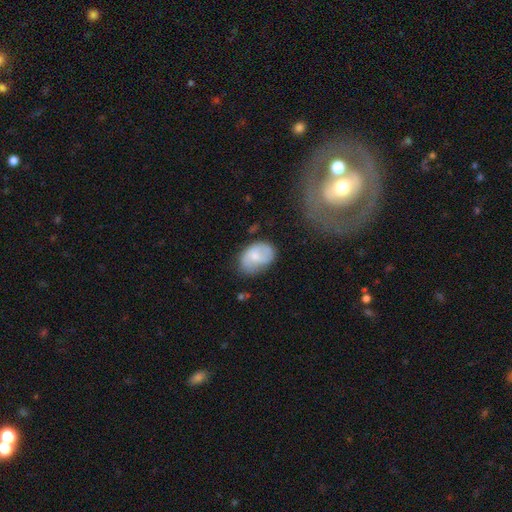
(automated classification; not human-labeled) Smooth or featured?
  - smooth: 62% *
  - featured or disk: 31%
  - star or artifact: 7%
How rounded?
  - in between: 81% *
  - round: 18%
  - cigar-shaped: 1%
Merging?
  - none: 54% *
  - minor disturbance: 31%
  - major disturbance: 11%
  - merger: 4%